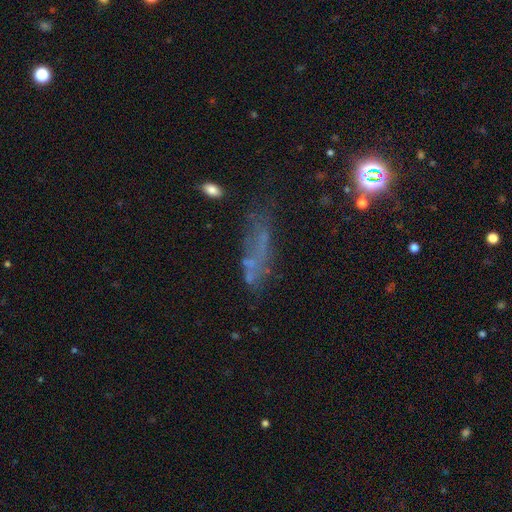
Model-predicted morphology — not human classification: Q: Smooth or featured?
A: smooth (38%); runner-up: featured or disk (35%)
Q: Merging?
A: none (50%); runner-up: minor disturbance (21%)